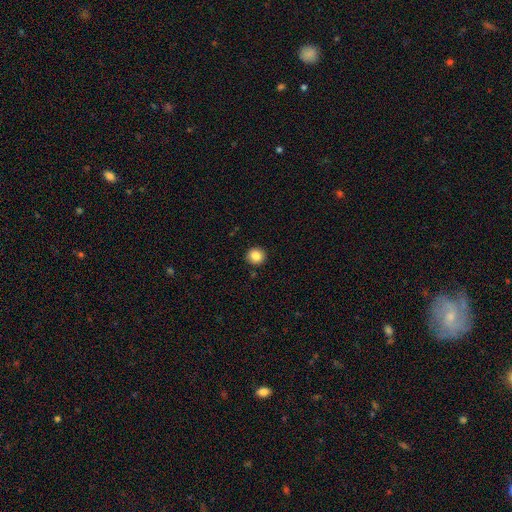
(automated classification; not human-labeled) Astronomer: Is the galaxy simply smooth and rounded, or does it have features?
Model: smooth — 86%.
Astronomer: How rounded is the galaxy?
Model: round — 92%.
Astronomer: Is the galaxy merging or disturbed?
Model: none — 91%.